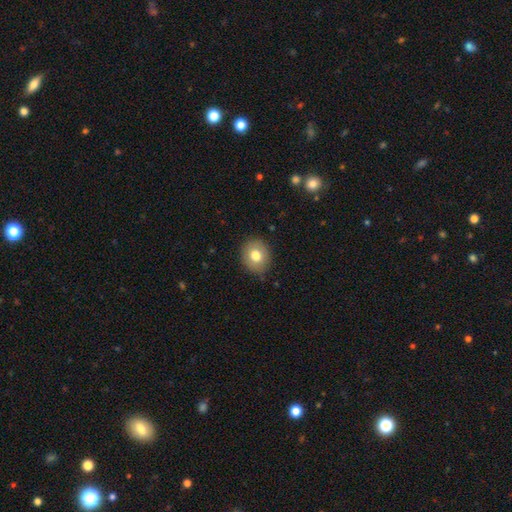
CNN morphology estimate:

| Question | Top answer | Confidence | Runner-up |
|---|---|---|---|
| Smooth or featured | smooth | 76% | featured or disk (15%) |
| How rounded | round | 65% | in between (34%) |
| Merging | none | 85% | minor disturbance (11%) |